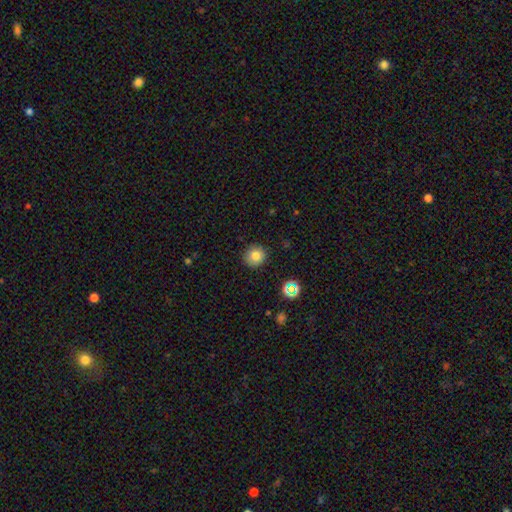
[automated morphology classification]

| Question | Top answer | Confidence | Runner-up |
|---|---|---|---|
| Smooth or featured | smooth | 79% | star or artifact (13%) |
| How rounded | round | 92% | in between (7%) |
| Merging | none | 90% | minor disturbance (7%) |